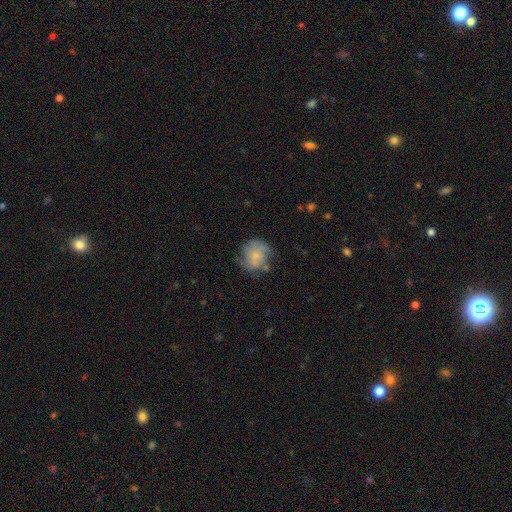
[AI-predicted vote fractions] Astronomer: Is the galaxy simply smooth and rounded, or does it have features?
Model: featured or disk — 46%, tied with smooth at 46%.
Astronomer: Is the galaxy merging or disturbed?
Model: none — 57%.